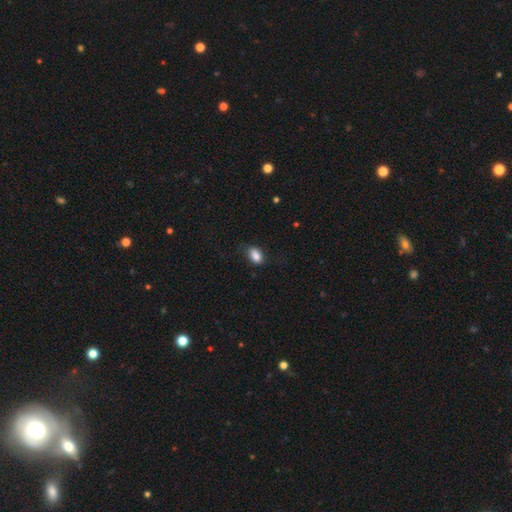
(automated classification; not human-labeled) The model was most divided on "merging": none: 72%, minor disturbance: 21%, major disturbance: 5%, merger: 1%. More confident: smooth or featured — smooth (86%); how rounded — in between (86%).